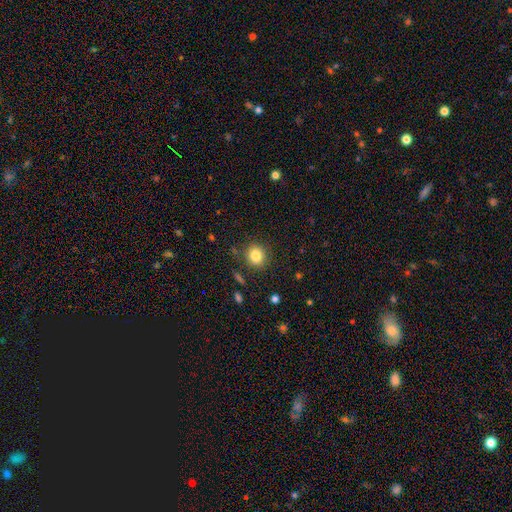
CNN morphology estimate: smooth_or_featured: smooth (p=0.83) [alt: star or artifact p=0.11]
how_rounded: round (p=0.82) [alt: in between p=0.17]
merging: none (p=0.84) [alt: minor disturbance p=0.10]